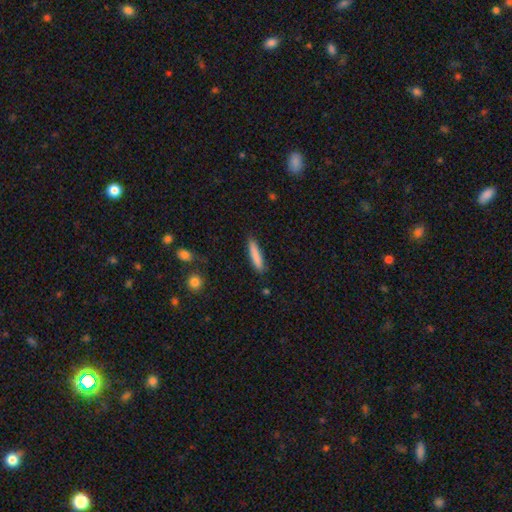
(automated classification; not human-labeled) Smooth or featured?
  - smooth: 84% *
  - featured or disk: 10%
  - star or artifact: 6%
How rounded?
  - cigar-shaped: 87% *
  - in between: 11%
  - round: 1%
Merging?
  - none: 86% *
  - minor disturbance: 11%
  - major disturbance: 2%
  - merger: 1%